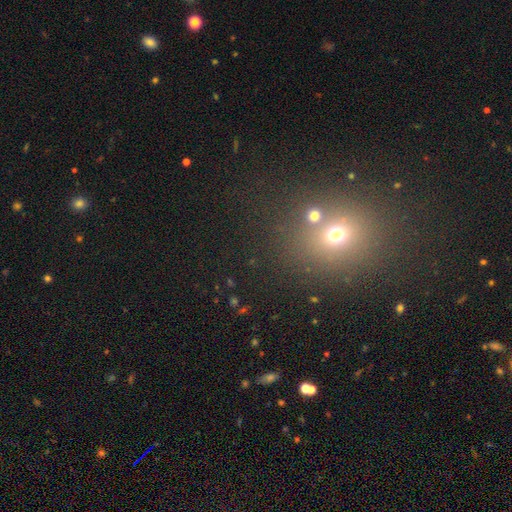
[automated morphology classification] Smooth or featured: smooth — 47% (star or artifact — 42%)
Merging: none — 71% (merger — 16%)